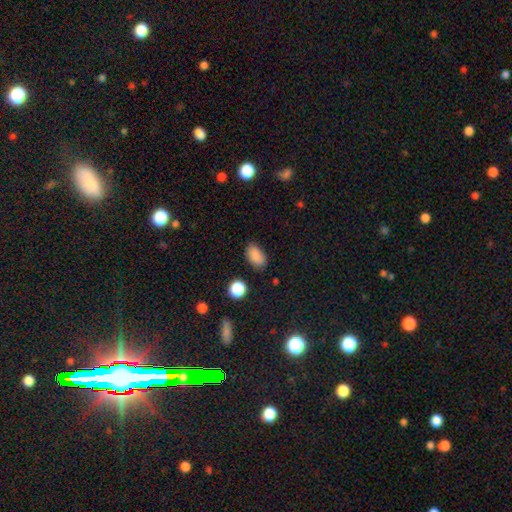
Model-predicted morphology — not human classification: type=smooth (86%); roundness=in between (90%); merging=none (83%).